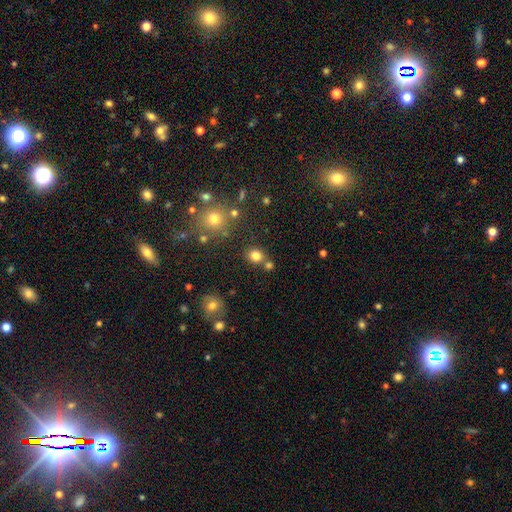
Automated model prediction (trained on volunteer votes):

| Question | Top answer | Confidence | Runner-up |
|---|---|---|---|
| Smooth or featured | smooth | 80% | star or artifact (14%) |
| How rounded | round | 72% | in between (27%) |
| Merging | none | 72% | merger (14%) |